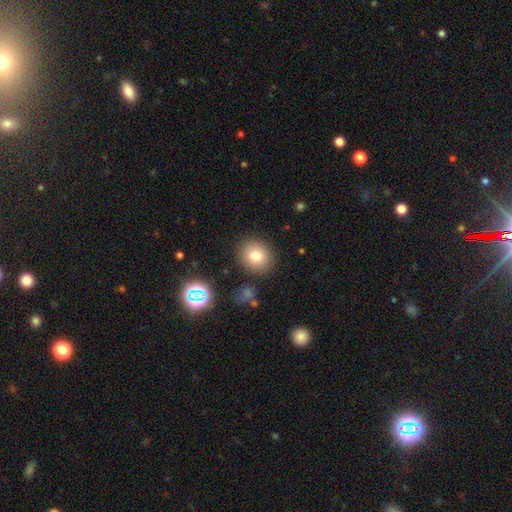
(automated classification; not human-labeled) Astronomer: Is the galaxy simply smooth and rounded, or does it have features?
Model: smooth — 77%.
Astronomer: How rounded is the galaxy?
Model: round — 81%.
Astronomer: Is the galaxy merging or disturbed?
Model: none — 87%.